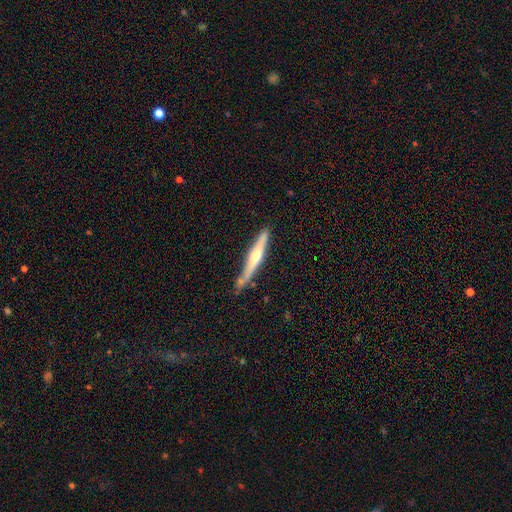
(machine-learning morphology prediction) A featured or disk galaxy (63%) viewed edge-on (96%) with a rounded central bulge (85%).

Vote fractions:
- Smooth or featured? featured or disk: 63% / smooth: 32% / star or artifact: 5%
- Edge-on disk? yes: 96% / no: 4%
- Edge-on bulge? rounded: 85% / none: 11% / boxy: 5%
- Merging? none: 74% / minor disturbance: 17% / merger: 6% / major disturbance: 3%